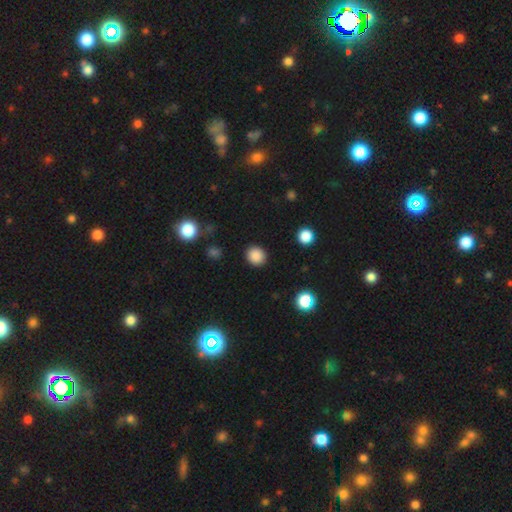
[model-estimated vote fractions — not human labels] Smooth or featured: smooth — 87% (star or artifact — 10%)
How rounded: round — 79% (in between — 20%)
Merging: none — 90% (minor disturbance — 7%)